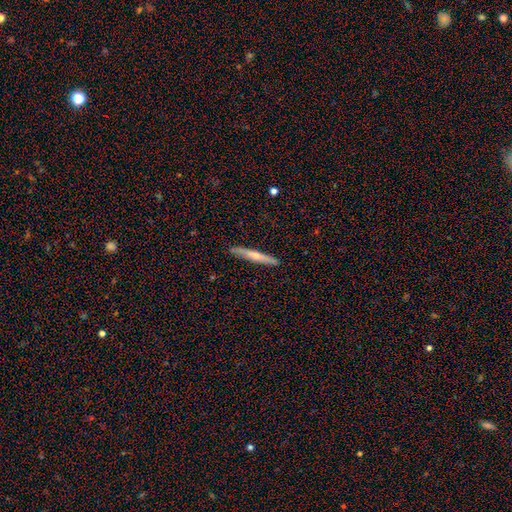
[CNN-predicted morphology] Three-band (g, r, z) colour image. It shows a smooth galaxy with no disk features (49%). Merging: none (89%).